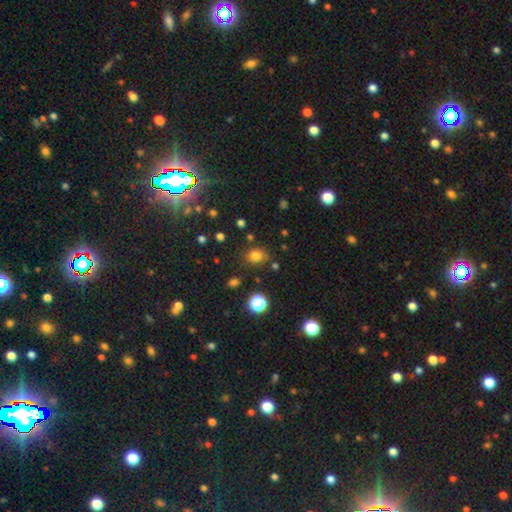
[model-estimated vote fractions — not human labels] Q: Smooth or featured?
A: smooth (76%); runner-up: star or artifact (18%)
Q: How rounded?
A: round (61%); runner-up: in between (38%)
Q: Merging?
A: none (77%); runner-up: minor disturbance (14%)